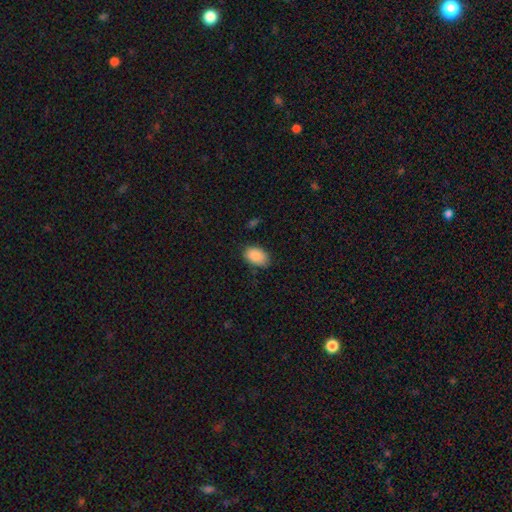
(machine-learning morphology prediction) Smooth or featured: smooth — 89% (star or artifact — 7%)
How rounded: in between — 89% (round — 9%)
Merging: none — 80% (minor disturbance — 16%)